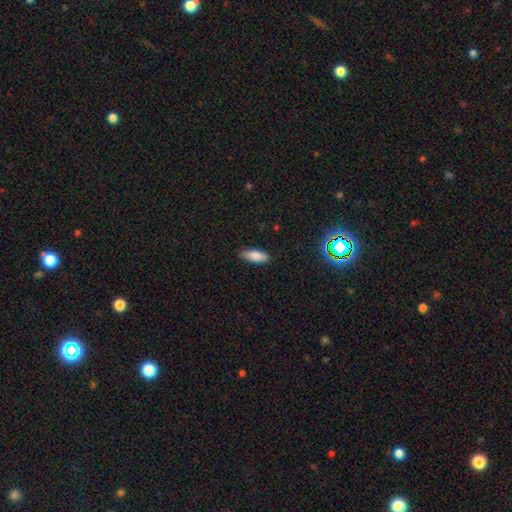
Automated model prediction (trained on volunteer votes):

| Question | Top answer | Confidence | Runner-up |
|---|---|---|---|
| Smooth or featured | smooth | 85% | featured or disk (8%) |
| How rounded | in between | 78% | cigar-shaped (20%) |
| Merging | none | 84% | minor disturbance (13%) |